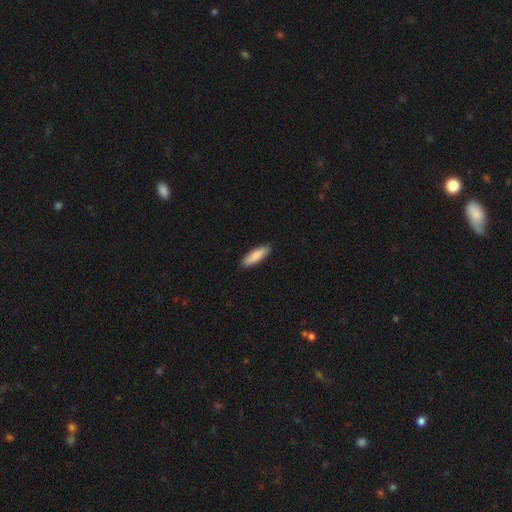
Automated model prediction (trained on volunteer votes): Smooth or featured? smooth (87%)
How rounded? cigar-shaped (52%)
Merging? none (90%)